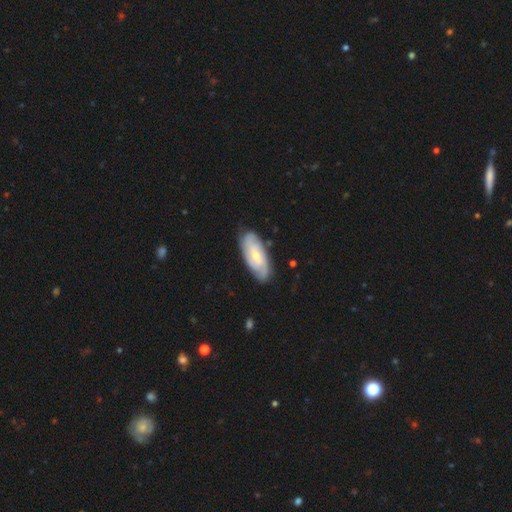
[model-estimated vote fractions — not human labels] featured or disk 69%, smooth 26%, star or artifact 5%. Down the decision tree: edge-on disk — no (91%); bar — no (56%); spiral arms — yes (92%); spiral arm count — can't tell (37%); spiral winding — tight (62%); bulge size — small (60%); merging — none (80%).